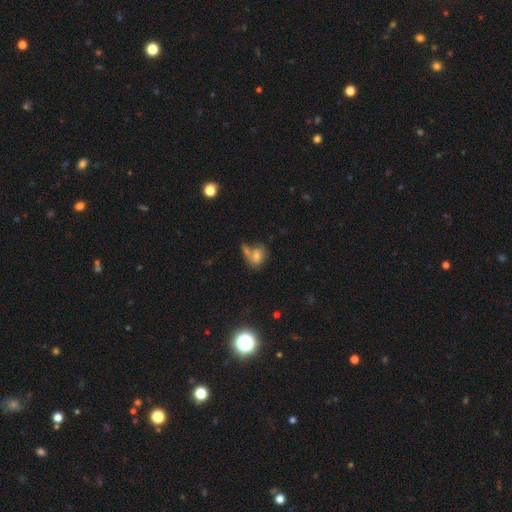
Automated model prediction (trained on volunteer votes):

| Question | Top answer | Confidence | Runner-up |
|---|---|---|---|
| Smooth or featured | smooth | 64% | featured or disk (21%) |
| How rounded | in between | 68% | round (28%) |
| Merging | none | 43% | merger (32%) |